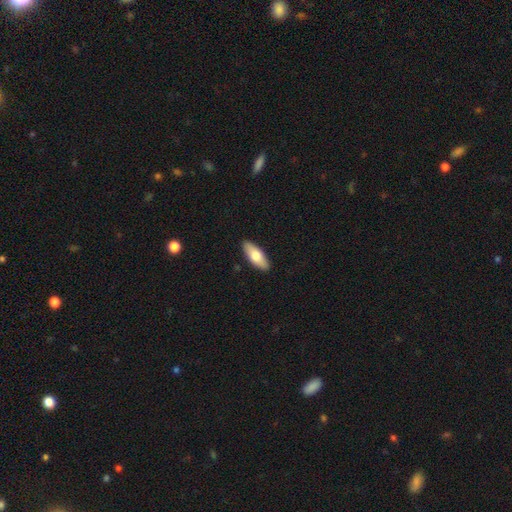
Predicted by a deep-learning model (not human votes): Smooth or featured? Predicted: smooth (p=0.71). How rounded? Predicted: in between (p=0.73). Merging? Predicted: none (p=0.90).